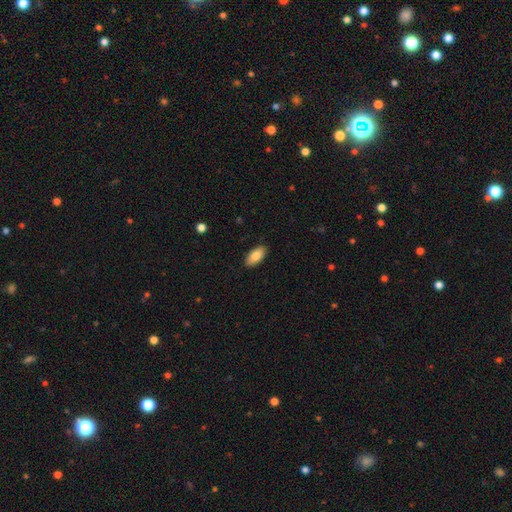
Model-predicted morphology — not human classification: A smooth galaxy with no disk features (85%) that is in between round and cigar-shaped (92%).

Vote fractions:
- Smooth or featured? smooth: 85% / featured or disk: 8% / star or artifact: 6%
- How rounded? in between: 92% / cigar-shaped: 6% / round: 2%
- Merging? none: 89% / minor disturbance: 8% / major disturbance: 2% / merger: 1%